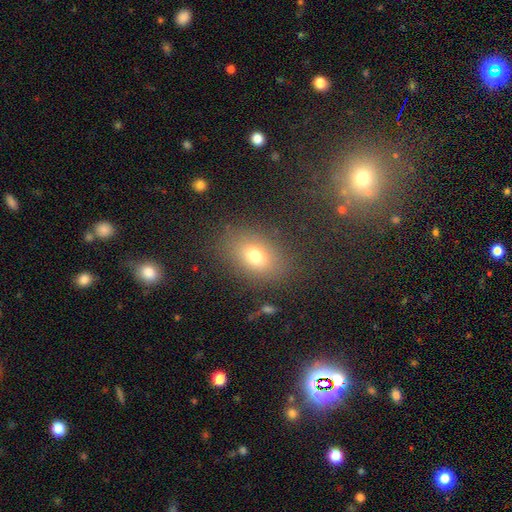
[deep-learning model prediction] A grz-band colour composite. It shows a smooth galaxy with no disk features (72%) that is in between round and cigar-shaped (72%). Merging: none (81%).